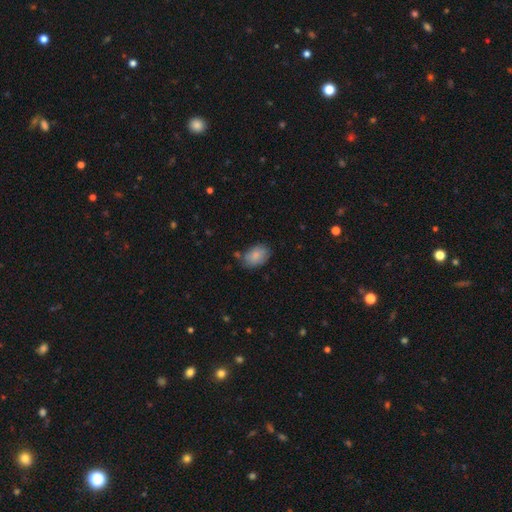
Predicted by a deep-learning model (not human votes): smooth-or-featured: smooth: 82% | featured or disk: 11% | star or artifact: 7%
  how-rounded: in between: 85% | round: 14% | cigar-shaped: 1%
  merging: none: 68% | minor disturbance: 22% | merger: 5% | major disturbance: 5%